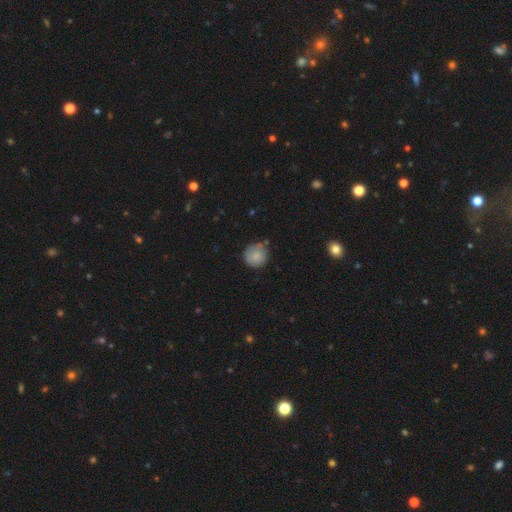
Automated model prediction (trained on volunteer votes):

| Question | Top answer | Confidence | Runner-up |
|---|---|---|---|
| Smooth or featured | smooth | 83% | featured or disk (9%) |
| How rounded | round | 93% | in between (6%) |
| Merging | none | 74% | minor disturbance (18%) |